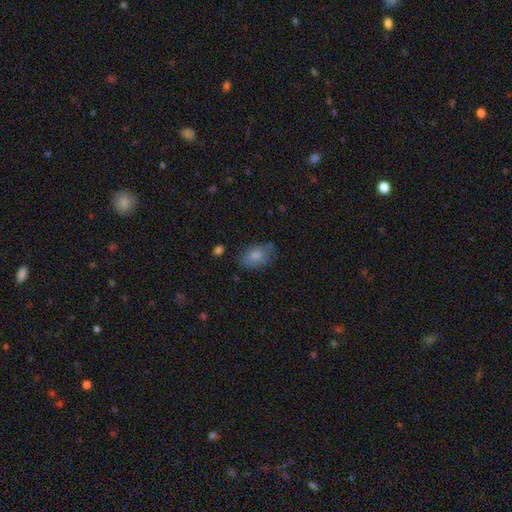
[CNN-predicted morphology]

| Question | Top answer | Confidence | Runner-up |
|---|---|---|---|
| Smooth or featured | smooth | 82% | featured or disk (10%) |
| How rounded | in between | 86% | round (12%) |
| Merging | none | 65% | minor disturbance (24%) |